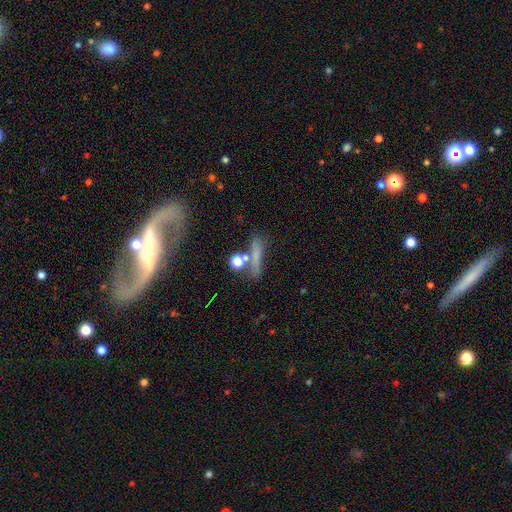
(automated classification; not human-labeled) Morphology: type=smooth (60%); roundness=cigar-shaped (71%); merging=none (62%).